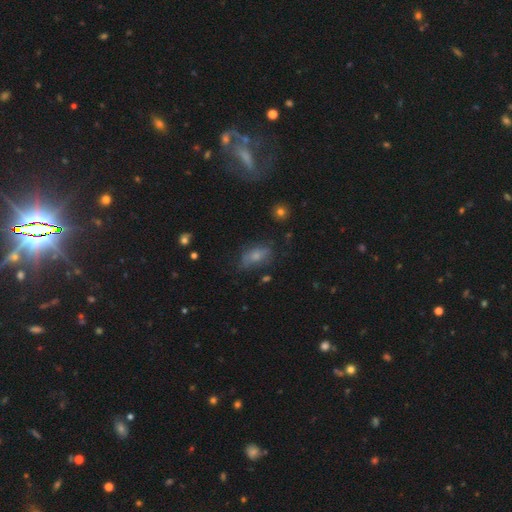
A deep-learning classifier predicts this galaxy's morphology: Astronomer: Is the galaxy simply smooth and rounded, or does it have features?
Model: smooth — 61%.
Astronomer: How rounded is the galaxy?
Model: in between — 83%.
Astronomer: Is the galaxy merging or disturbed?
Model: none — 57%.